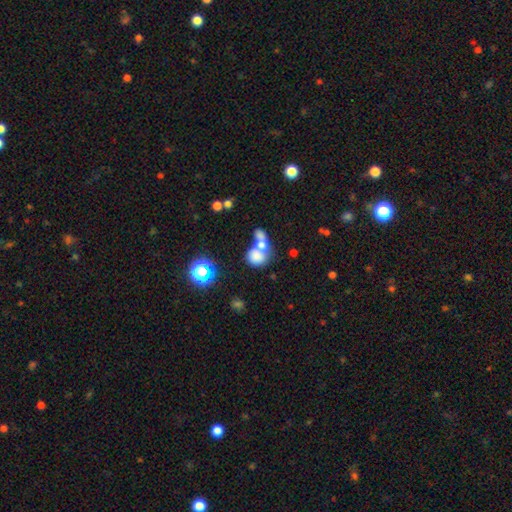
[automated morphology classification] Overall: smooth (69%). How rounded: round (53%; in between 45%). Merging: merger (71%).